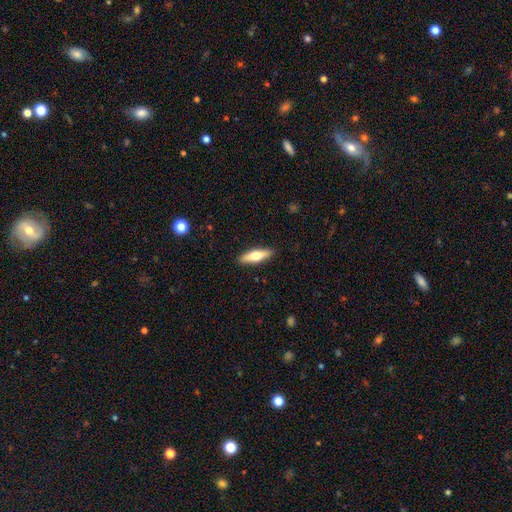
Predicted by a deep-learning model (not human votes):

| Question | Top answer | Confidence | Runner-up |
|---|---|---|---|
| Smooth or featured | smooth | 61% | featured or disk (33%) |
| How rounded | cigar-shaped | 57% | in between (41%) |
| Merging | none | 90% | minor disturbance (8%) |